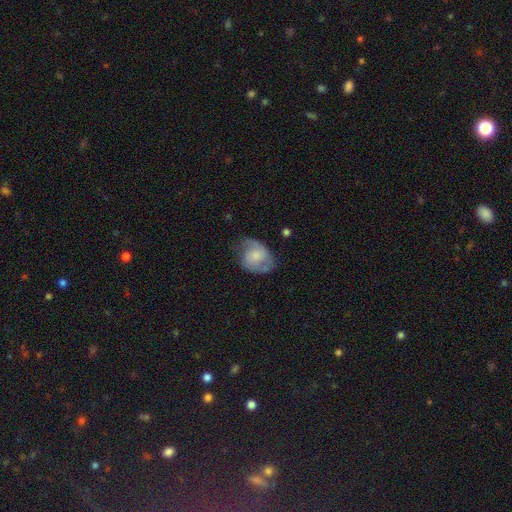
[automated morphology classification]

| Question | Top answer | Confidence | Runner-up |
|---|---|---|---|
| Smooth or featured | featured or disk | 62% | smooth (31%) |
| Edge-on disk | no | 97% | yes (3%) |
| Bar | no | 67% | weak (29%) |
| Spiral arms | yes | 88% | no (12%) |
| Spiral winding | medium | 48% | tight (28%) |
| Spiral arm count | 2 | 78% | can't tell (11%) |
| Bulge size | small | 33% | tied: moderate (33%) |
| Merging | none | 59% | minor disturbance (27%) |